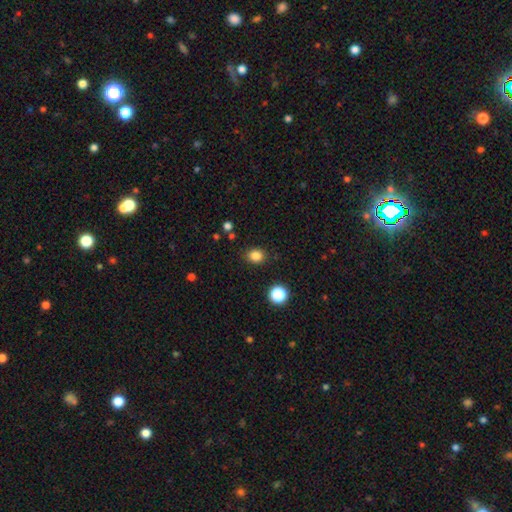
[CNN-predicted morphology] Q: Smooth or featured?
A: smooth (83%); runner-up: star or artifact (13%)
Q: How rounded?
A: round (62%); runner-up: in between (37%)
Q: Merging?
A: none (87%); runner-up: minor disturbance (9%)